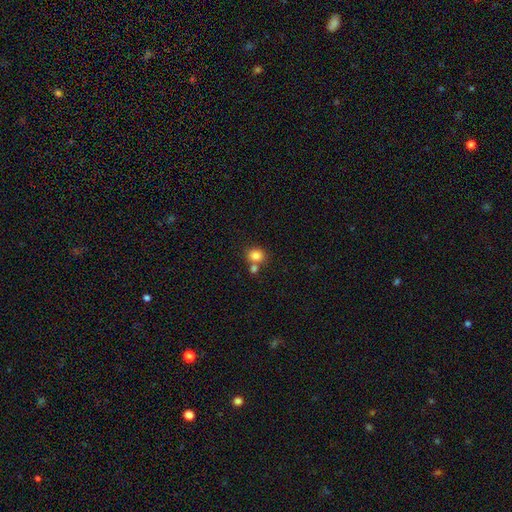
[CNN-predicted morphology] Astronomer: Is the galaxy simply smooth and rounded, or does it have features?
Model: smooth — 83%.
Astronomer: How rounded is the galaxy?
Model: round — 66%.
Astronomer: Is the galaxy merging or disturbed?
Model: none — 59%.